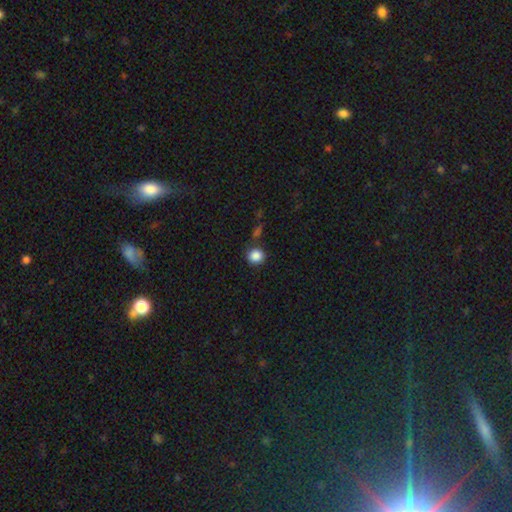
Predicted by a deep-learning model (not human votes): Morphology: type=smooth (87%); roundness=round (86%); merging=none (78%).